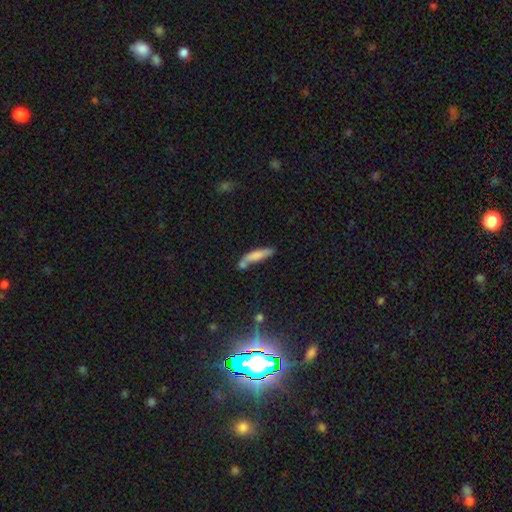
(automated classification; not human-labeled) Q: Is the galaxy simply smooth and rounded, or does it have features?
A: smooth — 73%.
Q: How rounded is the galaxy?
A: cigar-shaped — 79%.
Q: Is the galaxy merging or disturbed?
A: none — 50%.